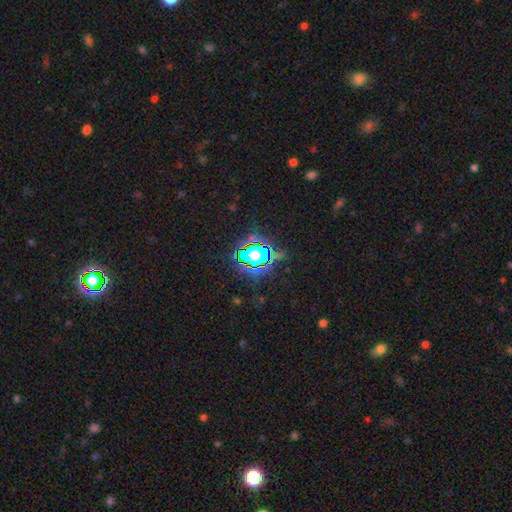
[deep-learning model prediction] Smooth or featured? star or artifact (63%)